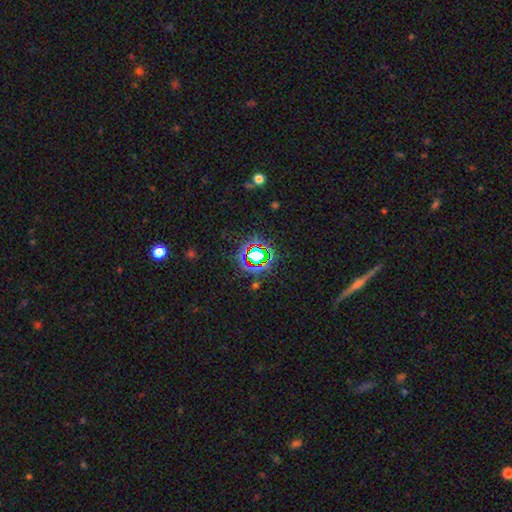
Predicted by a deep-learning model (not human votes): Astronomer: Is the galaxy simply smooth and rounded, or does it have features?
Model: star or artifact — 72%.